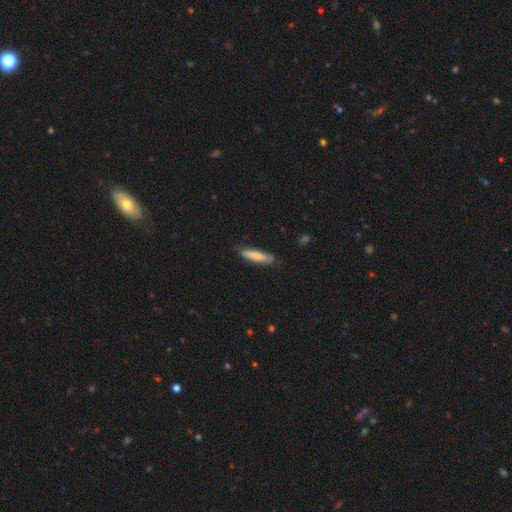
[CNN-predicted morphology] Smooth or featured: smooth — 78% (featured or disk — 17%)
How rounded: cigar-shaped — 84% (in between — 15%)
Merging: none — 80% (minor disturbance — 16%)